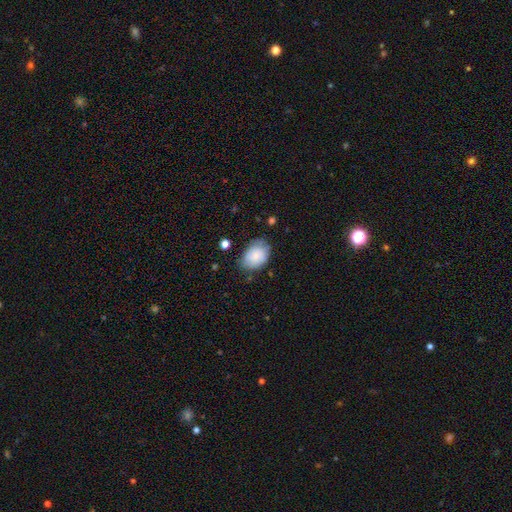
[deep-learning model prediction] Smooth or featured?
  - smooth: 80% *
  - featured or disk: 13%
  - star or artifact: 7%
How rounded?
  - in between: 77% *
  - round: 22%
  - cigar-shaped: 1%
Merging?
  - none: 65% *
  - minor disturbance: 27%
  - major disturbance: 6%
  - merger: 2%